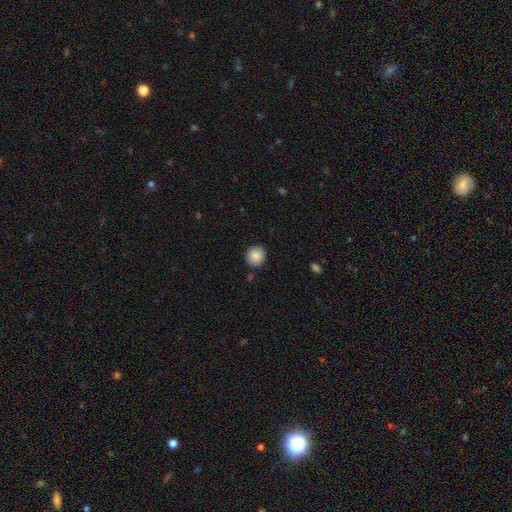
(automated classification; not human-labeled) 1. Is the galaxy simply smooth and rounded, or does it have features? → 87% smooth, 8% star or artifact, 4% featured or disk.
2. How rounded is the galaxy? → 92% round, 7% in between, 1% cigar-shaped.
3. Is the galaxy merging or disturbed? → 89% none, 7% minor disturbance, 2% major disturbance, 2% merger.